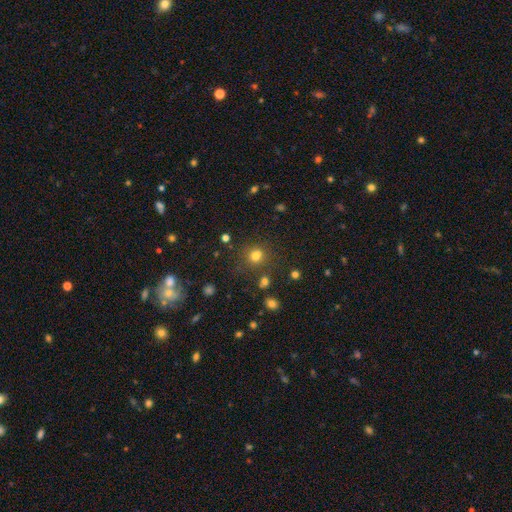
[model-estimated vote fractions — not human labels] smooth_or_featured: smooth (p=0.75) [alt: star or artifact p=0.18]
how_rounded: round (p=0.82) [alt: in between p=0.17]
merging: none (p=0.72) [alt: merger p=0.13]